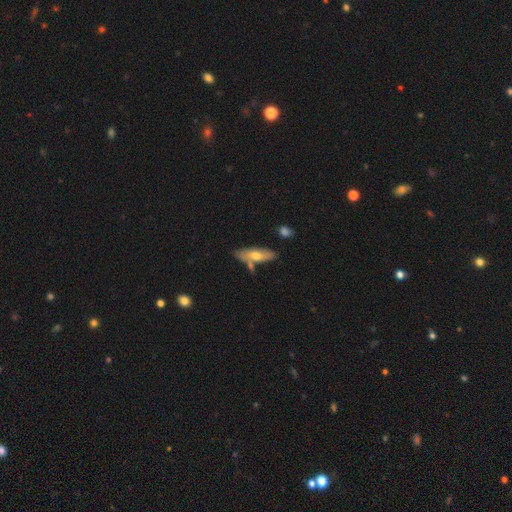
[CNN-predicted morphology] smooth-or-featured: smooth: 58% | featured or disk: 36% | star or artifact: 6%
  how-rounded: in between: 59% | cigar-shaped: 38% | round: 3%
  merging: none: 65% | minor disturbance: 16% | merger: 14% | major disturbance: 4%